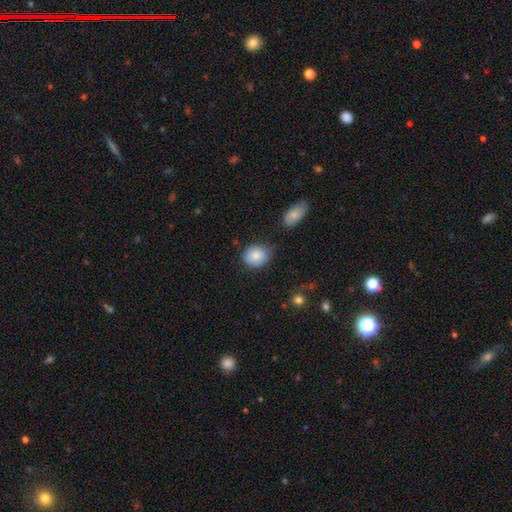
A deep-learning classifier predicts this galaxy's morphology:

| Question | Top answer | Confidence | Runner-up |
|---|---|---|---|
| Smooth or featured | smooth | 84% | featured or disk (8%) |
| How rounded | round | 68% | in between (31%) |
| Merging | none | 70% | minor disturbance (22%) |